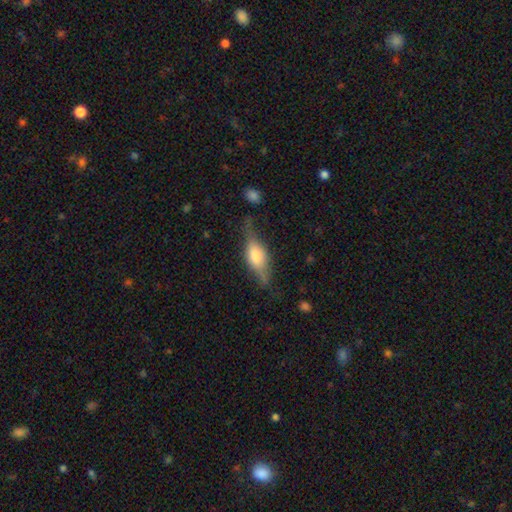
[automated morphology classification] smooth-or-featured: featured or disk: 48% | smooth: 45% | star or artifact: 7%
  merging: none: 64% | minor disturbance: 24% | major disturbance: 9% | merger: 3%